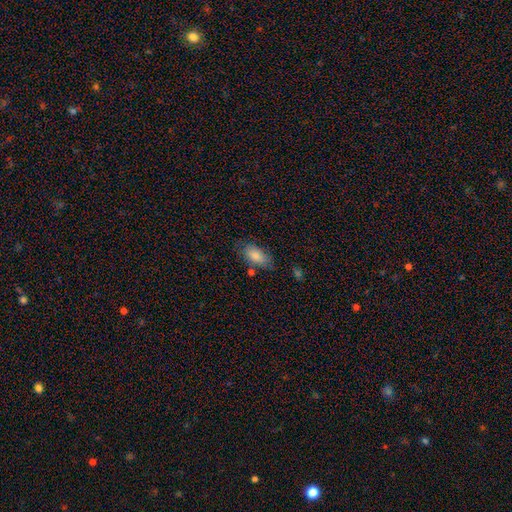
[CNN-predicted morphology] A smooth galaxy with no disk features (82%) that is in between round and cigar-shaped (91%). Merging: none (70%).